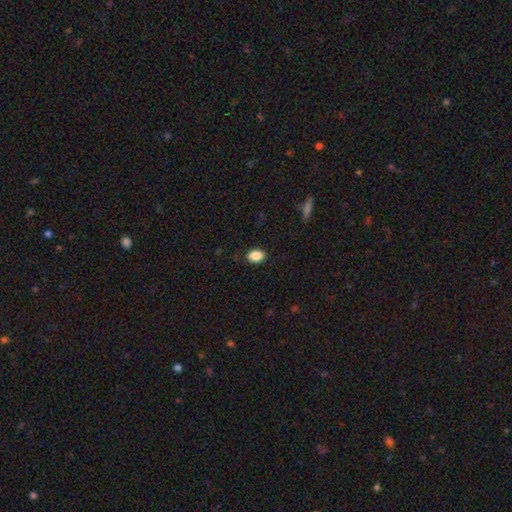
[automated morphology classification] This appears to be a smooth galaxy with no disk features (89%) that is in between round and cigar-shaped (84%). Merging: none (88%).